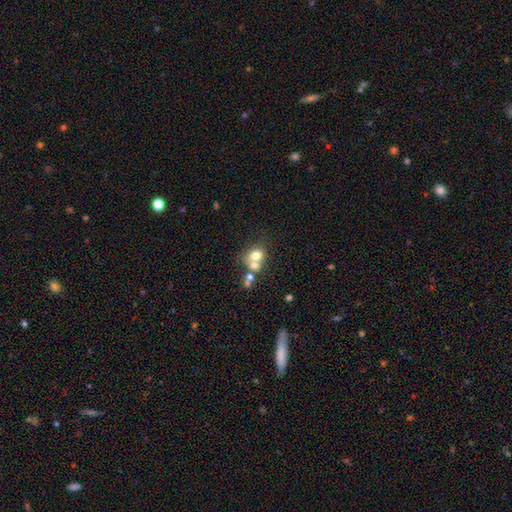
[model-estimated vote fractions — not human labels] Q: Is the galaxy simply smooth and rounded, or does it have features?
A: smooth — 67%.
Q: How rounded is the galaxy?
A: round — 66%.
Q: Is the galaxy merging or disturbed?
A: merger — 55%.